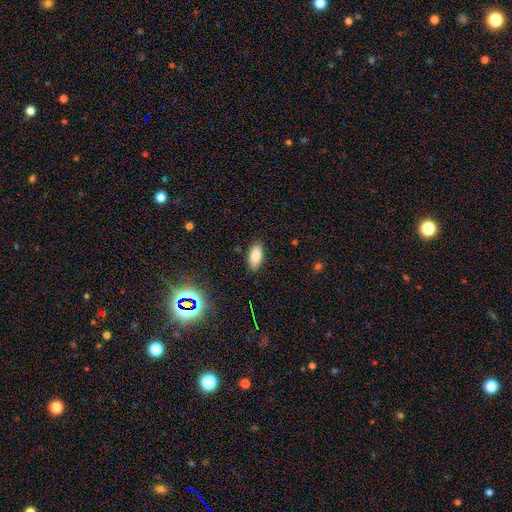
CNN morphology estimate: A smooth galaxy with no disk features (83%) that is in between round and cigar-shaped (89%).

Vote fractions:
- Smooth or featured? smooth: 83% / star or artifact: 9% / featured or disk: 8%
- How rounded? in between: 89% / cigar-shaped: 9% / round: 3%
- Merging? none: 85% / minor disturbance: 11% / major disturbance: 2% / merger: 1%